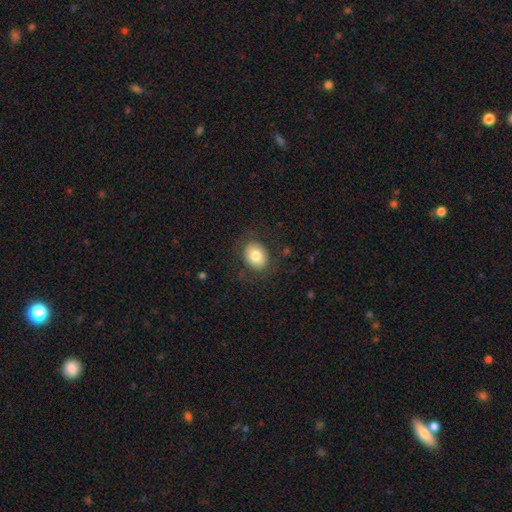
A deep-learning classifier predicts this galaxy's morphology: type=smooth (79%); roundness=round (52%); merging=none (82%).